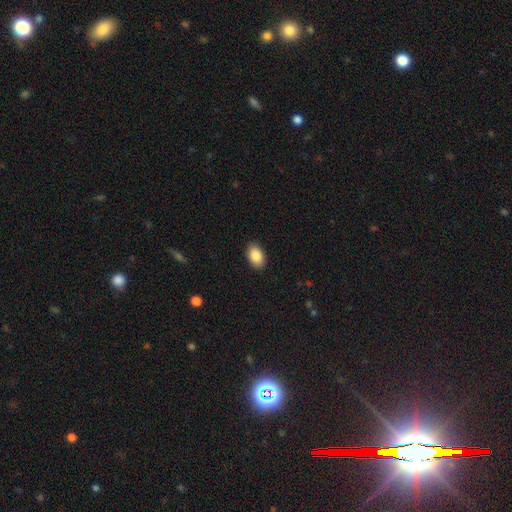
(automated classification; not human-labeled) smooth 87%, star or artifact 7%, featured or disk 6%. Down the decision tree: how rounded — in between (91%); merging — none (89%).